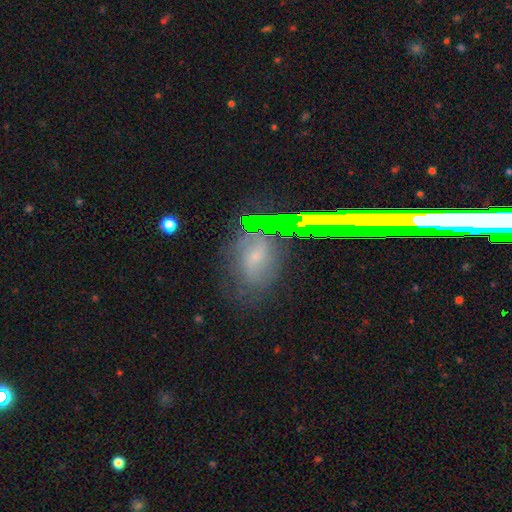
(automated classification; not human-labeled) Smooth or featured? featured or disk (39%)
Merging? none (62%)